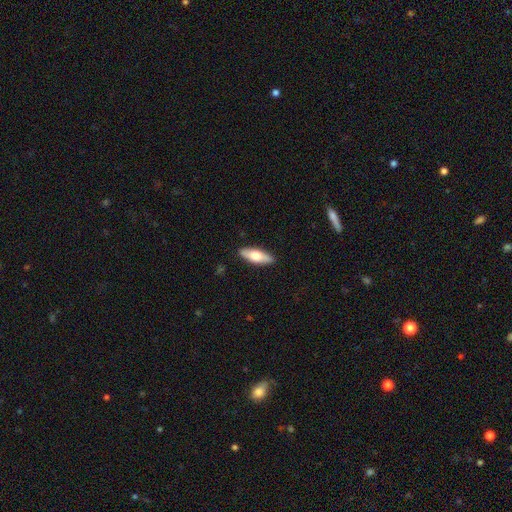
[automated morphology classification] A smooth galaxy with no disk features (65%) that is in between round and cigar-shaped (61%).

Vote fractions:
- Smooth or featured? smooth: 65% / featured or disk: 30% / star or artifact: 5%
- How rounded? in between: 61% / cigar-shaped: 37% / round: 2%
- Merging? none: 89% / minor disturbance: 8% / major disturbance: 2% / merger: 1%